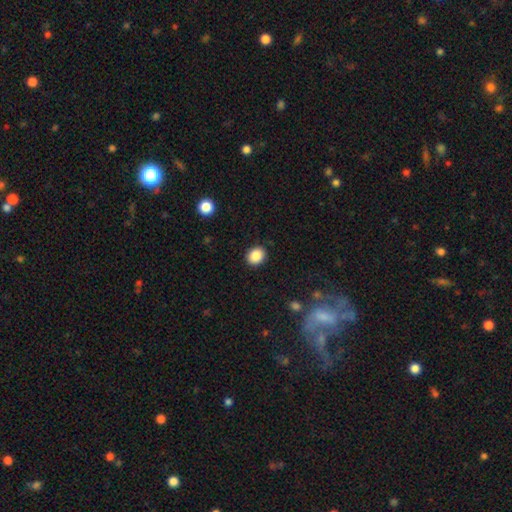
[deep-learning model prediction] A smooth galaxy with no disk features (87%) that is round (60%).

Vote fractions:
- Smooth or featured? smooth: 87% / star or artifact: 9% / featured or disk: 4%
- How rounded? round: 60% / in between: 39% / cigar-shaped: 1%
- Merging? none: 90% / minor disturbance: 7% / major disturbance: 2% / merger: 1%